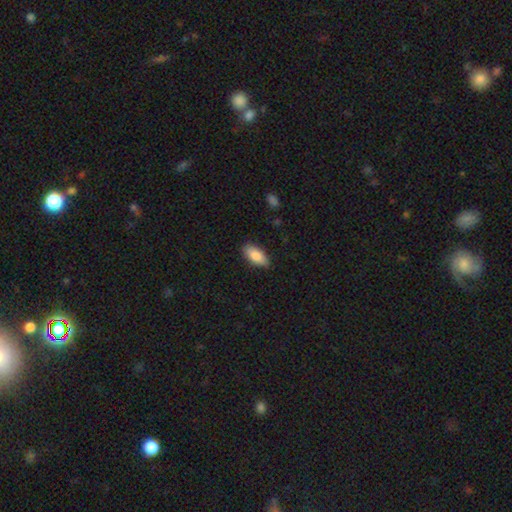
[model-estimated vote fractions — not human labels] This is clearly a smooth galaxy (87%). How rounded: clearly in between (90%). Merging: clearly none (85%).